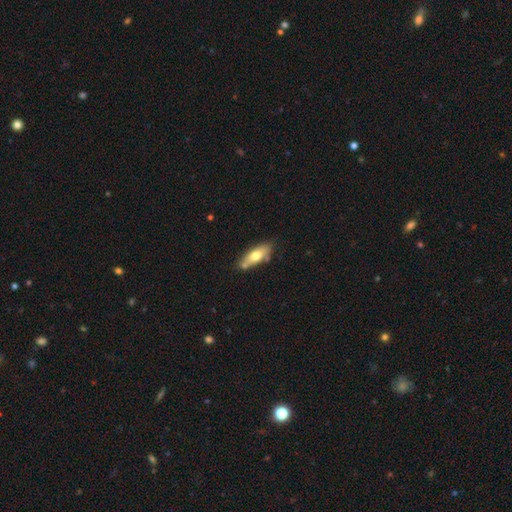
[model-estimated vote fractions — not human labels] Smooth or featured?
  - smooth: 65% *
  - featured or disk: 29%
  - star or artifact: 6%
How rounded?
  - in between: 66% *
  - cigar-shaped: 31%
  - round: 3%
Merging?
  - none: 70% *
  - minor disturbance: 17%
  - merger: 10%
  - major disturbance: 3%